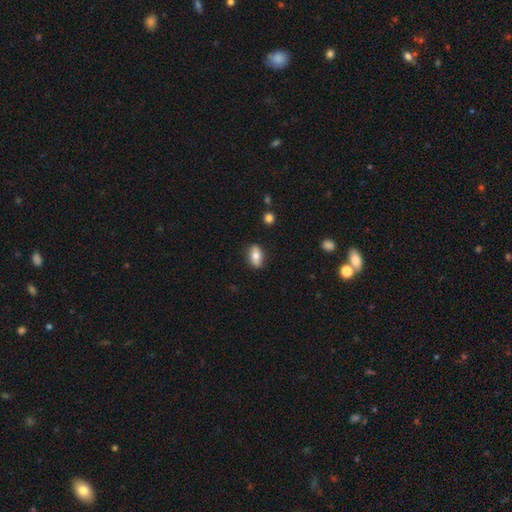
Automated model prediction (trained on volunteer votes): smooth_or_featured: smooth (p=0.74) [alt: featured or disk p=0.19]
how_rounded: in between (p=0.86) [alt: round p=0.09]
merging: none (p=0.84) [alt: minor disturbance p=0.12]